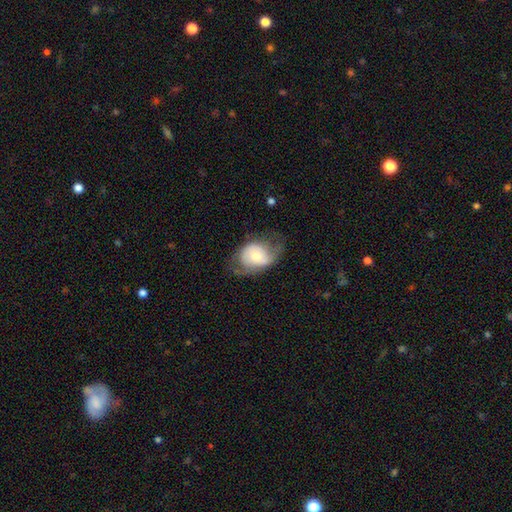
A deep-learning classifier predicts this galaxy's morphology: type=featured or disk (50%); edge-on=no (95%); merging=none (48%).